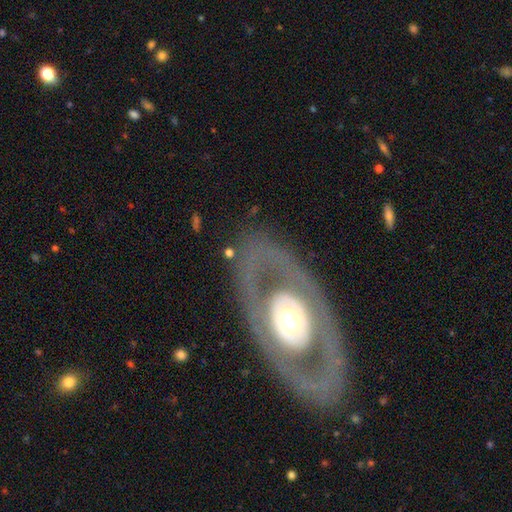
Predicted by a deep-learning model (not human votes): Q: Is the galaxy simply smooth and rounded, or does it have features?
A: featured or disk — 72%.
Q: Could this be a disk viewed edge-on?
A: no — 91%.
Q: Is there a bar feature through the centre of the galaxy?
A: no — 85%.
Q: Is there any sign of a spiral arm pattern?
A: no — 75%.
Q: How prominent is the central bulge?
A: moderate — 53%.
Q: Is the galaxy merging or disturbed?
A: none — 82%.